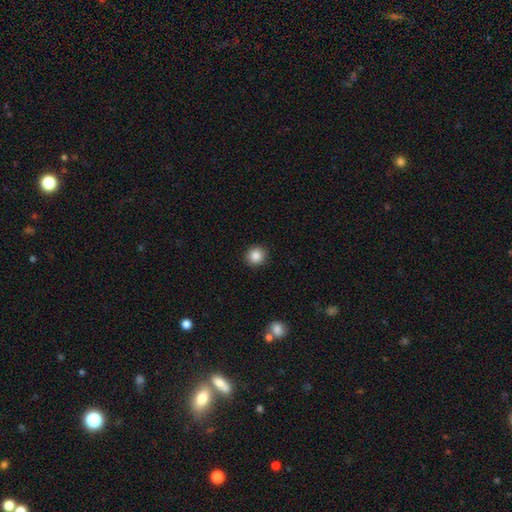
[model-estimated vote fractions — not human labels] Smooth or featured? Predicted: smooth (p=0.86). How rounded? Predicted: round (p=0.91). Merging? Predicted: none (p=0.92).